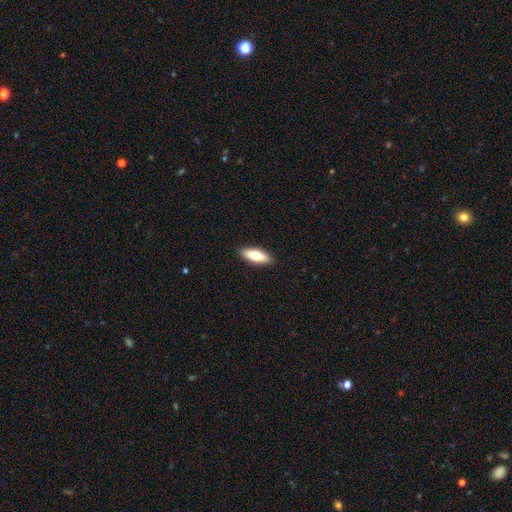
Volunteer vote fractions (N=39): smooth 69%, featured or disk 23%, star or artifact 8%. Down the decision tree: how rounded — in between (70%); merging — none (94%).